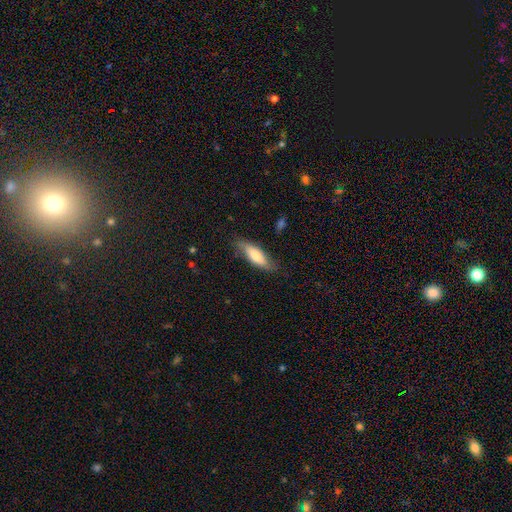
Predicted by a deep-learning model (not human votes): Smooth or featured? smooth (73%)
How rounded? in between (55%)
Merging? none (72%)